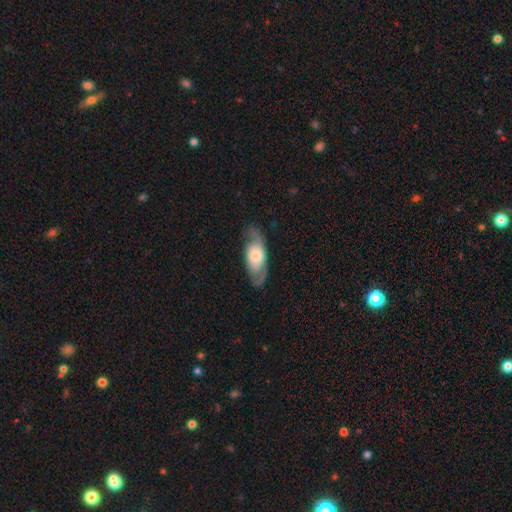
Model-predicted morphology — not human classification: smooth-or-featured: featured or disk: 57% | smooth: 37% | star or artifact: 6%
  disk-edge-on: no: 83% | yes: 17%
  merging: none: 74% | minor disturbance: 17% | major disturbance: 8% | merger: 1%